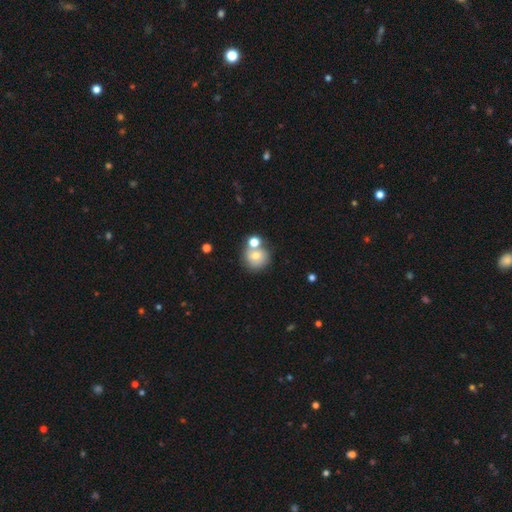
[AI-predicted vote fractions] The model was most divided on "merging": none: 50%, merger: 36%, minor disturbance: 11%, major disturbance: 4%. More confident: how rounded — round (88%); smooth or featured — smooth (70%).